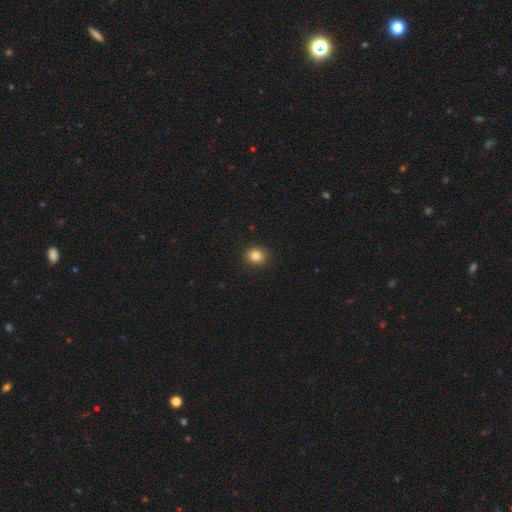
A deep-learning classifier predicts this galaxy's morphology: Smooth or featured? smooth (83%)
How rounded? round (78%)
Merging? none (91%)